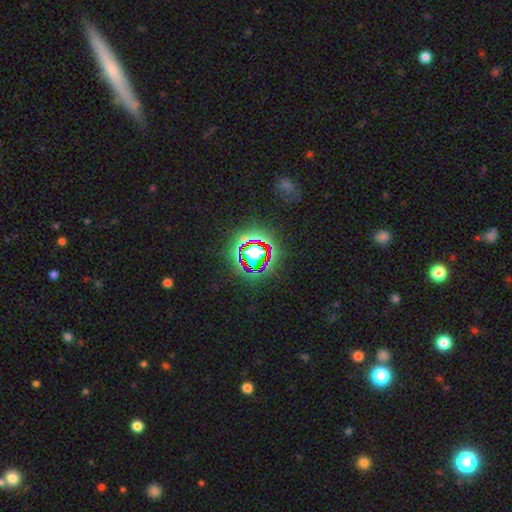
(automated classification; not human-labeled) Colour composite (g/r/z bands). It shows a star or artifact, not a galaxy (74%).